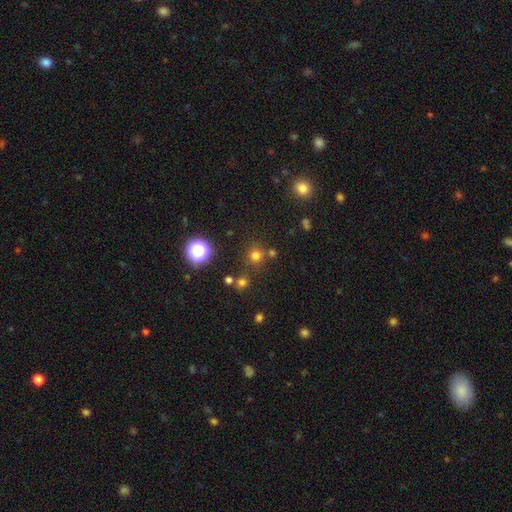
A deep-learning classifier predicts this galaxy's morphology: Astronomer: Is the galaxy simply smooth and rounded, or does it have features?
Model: smooth — 70%.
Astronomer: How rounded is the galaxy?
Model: round — 93%.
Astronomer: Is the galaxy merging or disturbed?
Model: none — 79%.